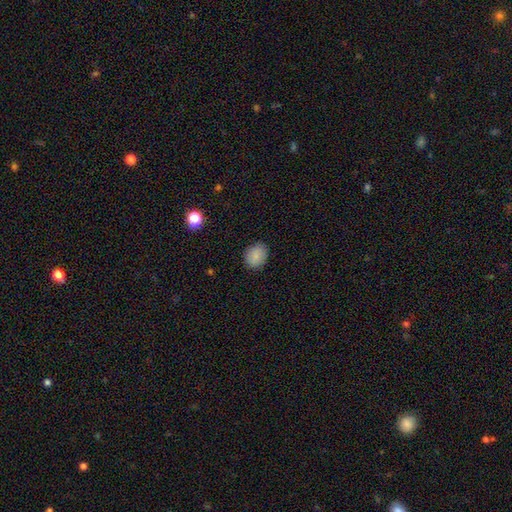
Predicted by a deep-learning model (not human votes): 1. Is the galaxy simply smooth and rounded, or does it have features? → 86% smooth, 9% star or artifact, 5% featured or disk.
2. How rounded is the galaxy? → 54% round, 45% in between, 1% cigar-shaped.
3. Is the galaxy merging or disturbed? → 86% none, 11% minor disturbance, 3% major disturbance, 1% merger.